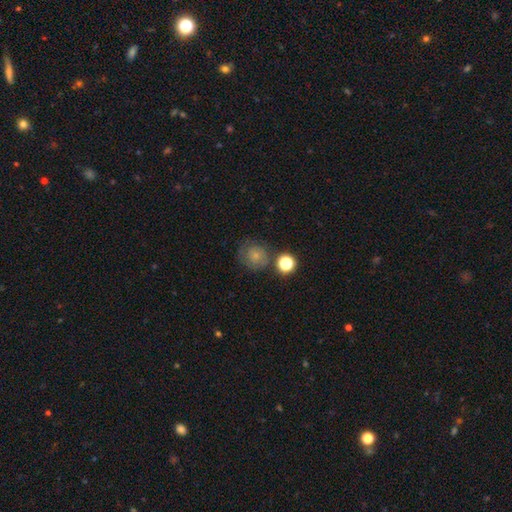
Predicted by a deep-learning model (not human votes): Q: Smooth or featured?
A: smooth (67%); runner-up: featured or disk (20%)
Q: How rounded?
A: round (86%); runner-up: in between (13%)
Q: Merging?
A: none (61%); runner-up: minor disturbance (19%)